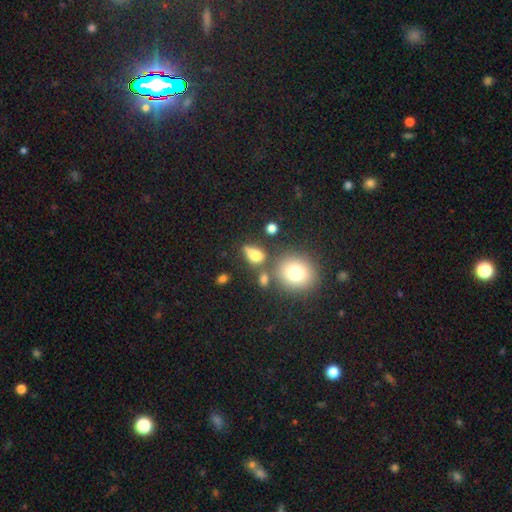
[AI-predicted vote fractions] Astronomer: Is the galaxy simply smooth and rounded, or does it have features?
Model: smooth — 70%.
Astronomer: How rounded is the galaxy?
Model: in between — 64%.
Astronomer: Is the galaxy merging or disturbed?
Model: none — 50%.